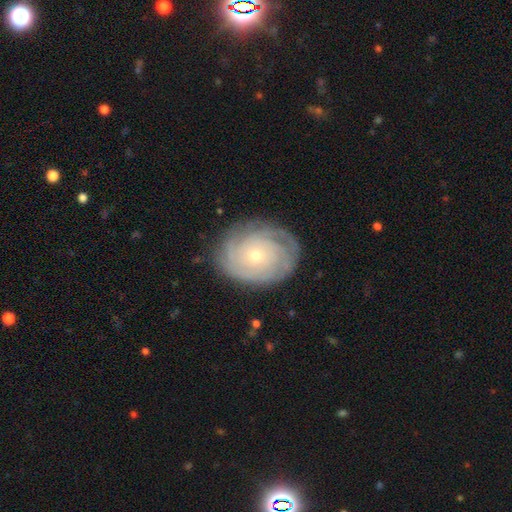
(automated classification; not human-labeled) smooth_or_featured: featured or disk (p=0.81) [alt: smooth p=0.13]
disk_edge_on: no (p=0.97) [alt: yes p=0.03]
bar: no (p=0.83) [alt: weak p=0.14]
has_spiral_arms: yes (p=0.95) [alt: no p=0.05]
spiral_winding: tight (p=0.83) [alt: medium p=0.14]
spiral_arm_count: can't tell (p=0.38) [alt: 3 p=0.18]
bulge_size: small (p=0.66) [alt: moderate p=0.31]
merging: none (p=0.81) [alt: minor disturbance p=0.14]